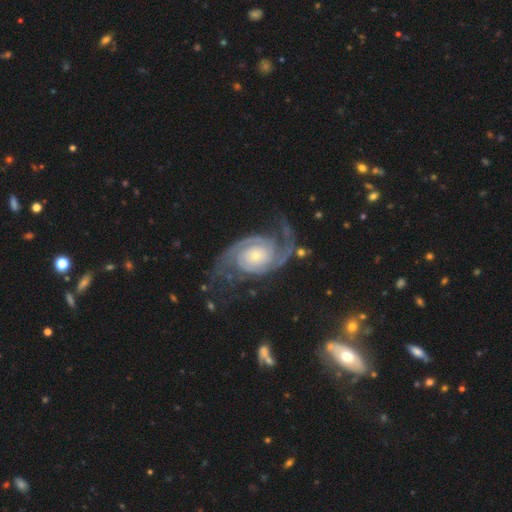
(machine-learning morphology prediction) Overall: featured or disk (93%). Edge-on disk: no (97%). Bar: no (75%). Spiral arms: yes (98%). Spiral arm count: 2 (89%). Spiral winding: tight (50%; medium 39%). Bulge size: small (71%). Merging: none (68%).